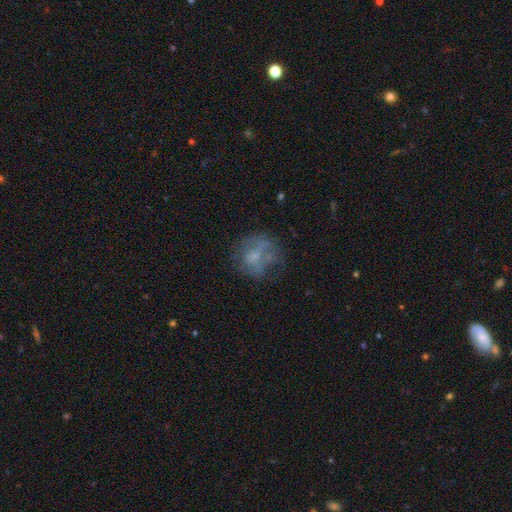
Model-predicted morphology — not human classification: smooth 43%, featured or disk 42%, star or artifact 14%. Down the decision tree: merging — none (50%).